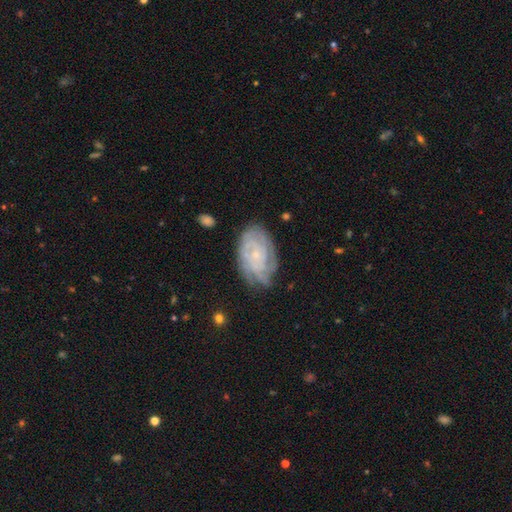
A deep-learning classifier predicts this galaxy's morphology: type=featured or disk (78%); edge-on=no (97%); bar=no (76%); spiral arms=yes (93%); winding=tight (73%); arm count=can't tell (40%); bulge=small (79%); merging=none (71%).